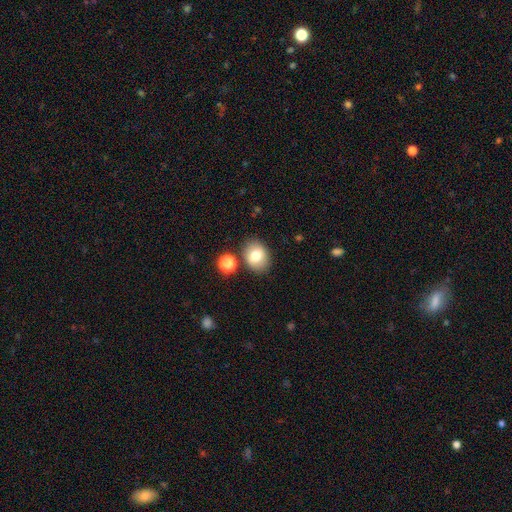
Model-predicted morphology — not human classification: Smooth or featured: smooth — 77% (featured or disk — 13%)
How rounded: in between — 53% (round — 46%)
Merging: none — 79% (minor disturbance — 11%)